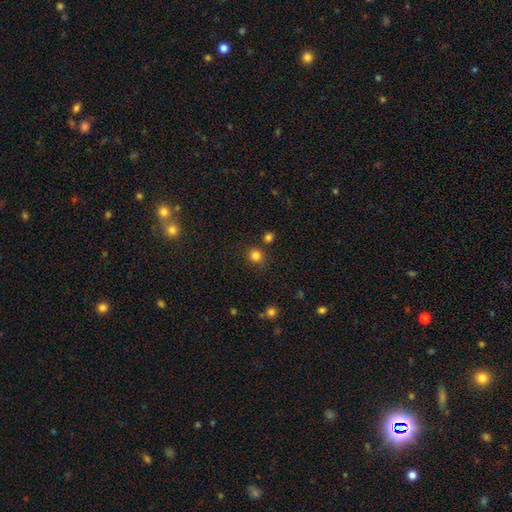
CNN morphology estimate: Overall: smooth (81%). How rounded: round (89%). Merging: none (80%).